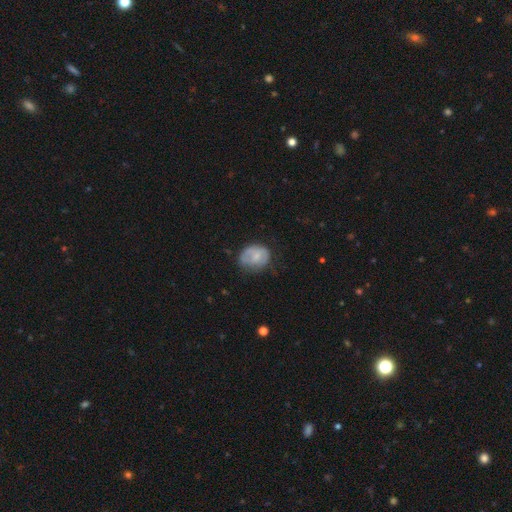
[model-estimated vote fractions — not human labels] A smooth galaxy with no disk features (61%) that is round (51%).

Vote fractions:
- Smooth or featured? smooth: 61% / featured or disk: 31% / star or artifact: 7%
- How rounded? round: 51% / in between: 48% / cigar-shaped: 1%
- Merging? none: 53% / minor disturbance: 32% / major disturbance: 14% / merger: 2%